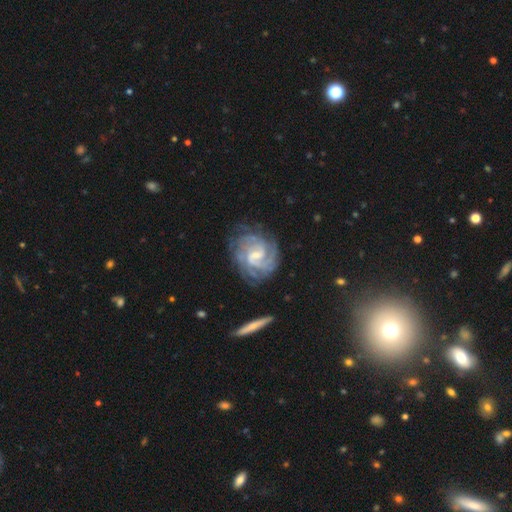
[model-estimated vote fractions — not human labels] Smooth or featured?
  - featured or disk: 88% *
  - smooth: 7%
  - star or artifact: 5%
Edge-on disk?
  - no: 98% *
  - yes: 2%
Bar?
  - weak: 60% *
  - no: 22%
  - strong: 18%
Spiral arms?
  - yes: 97% *
  - no: 3%
Spiral winding?
  - tight: 55% *
  - medium: 36%
  - loose: 8%
Spiral arm count?
  - 2: 34% *
  - can't tell: 25%
  - 3: 20%
  - 4: 11%
  - 1: 6%
  - more than 4: 6%
Bulge size?
  - small: 54% *
  - moderate: 35%
  - none: 8%
  - large: 3%
  - dominant: 1%
Merging?
  - none: 68% *
  - minor disturbance: 19%
  - major disturbance: 11%
  - merger: 2%